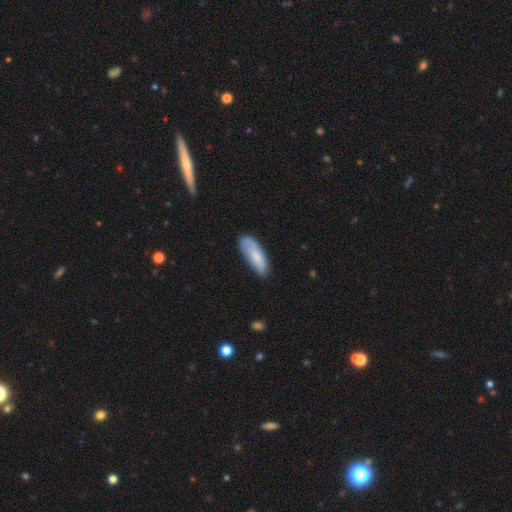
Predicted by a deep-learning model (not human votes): Morphology: type=smooth (81%); roundness=in between (64%); merging=none (73%).